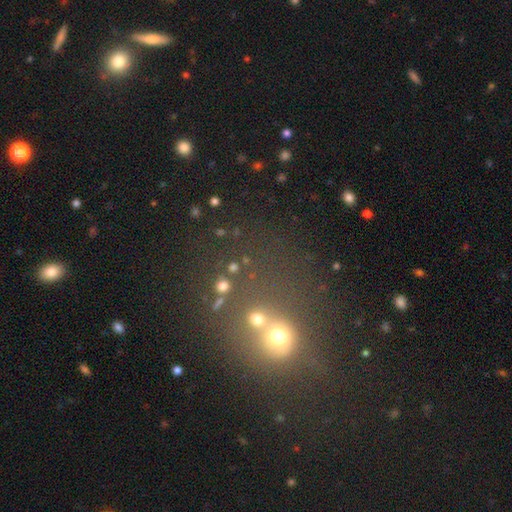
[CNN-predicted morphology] This is possibly a star or artifact rather than a galaxy (46%).